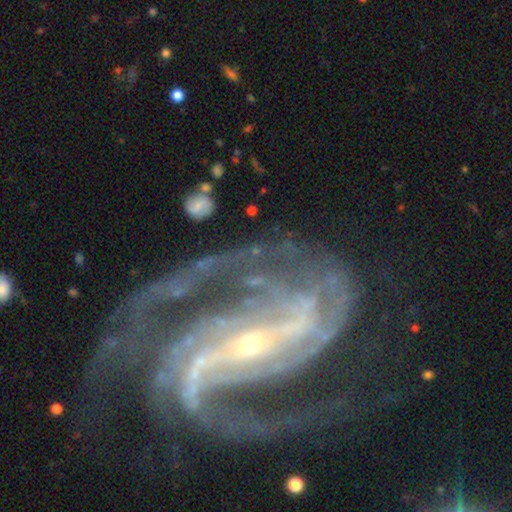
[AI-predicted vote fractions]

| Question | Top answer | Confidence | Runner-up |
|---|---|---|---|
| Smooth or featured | featured or disk | 92% | star or artifact (5%) |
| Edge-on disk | no | 97% | yes (3%) |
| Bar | strong | 64% | weak (22%) |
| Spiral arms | yes | 98% | no (2%) |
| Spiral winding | medium | 51% | tight (26%) |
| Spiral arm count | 2 | 49% | 3 (17%) |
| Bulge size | small | 83% | moderate (13%) |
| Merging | none | 49% | major disturbance (29%) |